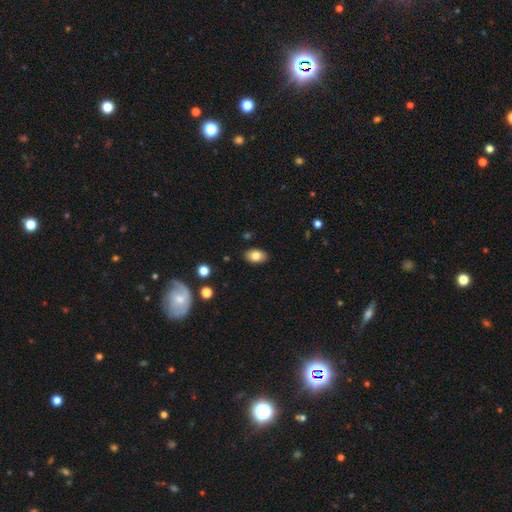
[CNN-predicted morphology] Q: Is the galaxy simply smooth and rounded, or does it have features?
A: smooth — 81%.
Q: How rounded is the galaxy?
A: in between — 88%.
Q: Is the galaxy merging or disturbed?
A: none — 87%.